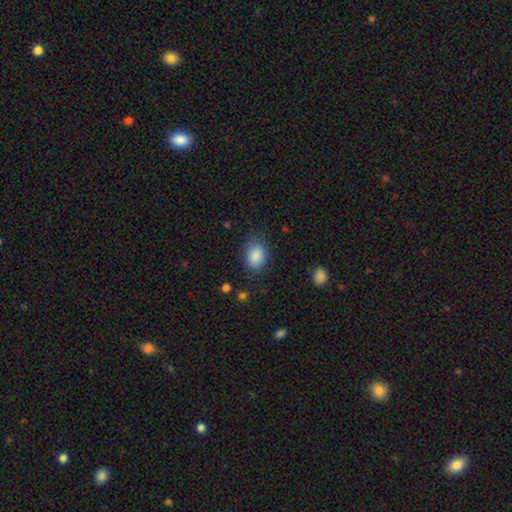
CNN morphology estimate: smooth 88%, star or artifact 8%, featured or disk 5%. Down the decision tree: how rounded — in between (73%); merging — none (76%).